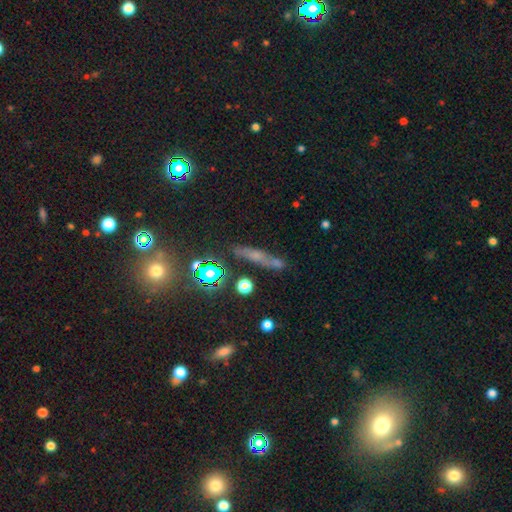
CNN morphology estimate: Smooth or featured? Predicted: smooth (p=0.45). Merging? Predicted: none (p=0.70).